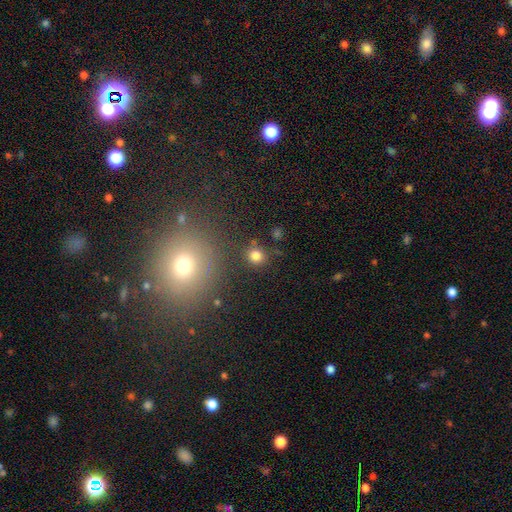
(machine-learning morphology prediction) type=smooth (80%); roundness=round (88%); merging=none (82%).